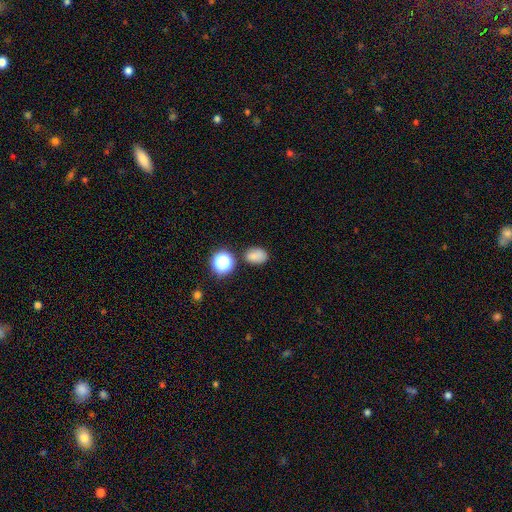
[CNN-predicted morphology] type=smooth (78%); roundness=in between (72%); merging=none (76%).